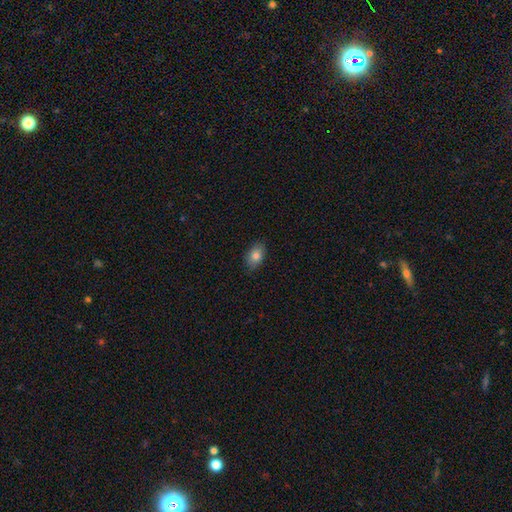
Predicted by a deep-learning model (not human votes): The model was most divided on "smooth or featured": smooth: 81%, featured or disk: 10%, star or artifact: 8%. More confident: how rounded — in between (88%); merging — none (86%).